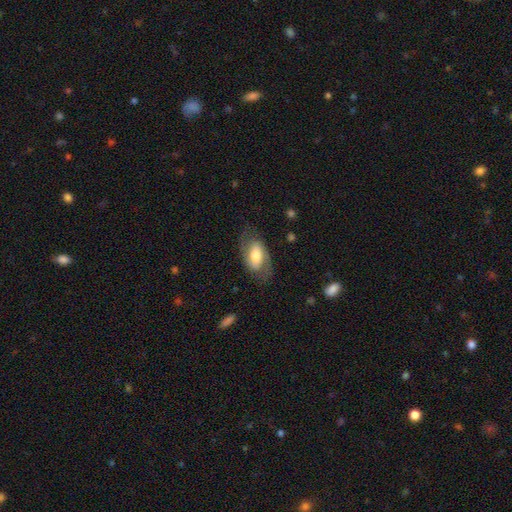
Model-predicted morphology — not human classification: The model was most divided on "bar": weak: 39%, no: 37%, strong: 24%. Remaining: edge-on disk — no (95%); spiral arm count — 2 (88%); spiral arms — yes (86%); merging — none (73%); smooth or featured — featured or disk (66%); bulge size — moderate (60%); spiral winding — medium (49%).